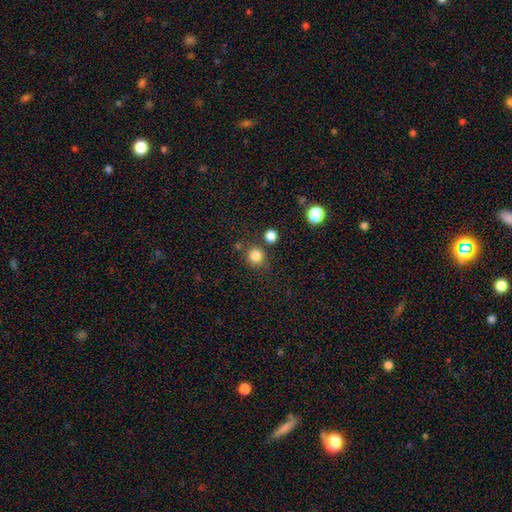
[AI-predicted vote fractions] Morphology: type=smooth (83%); roundness=round (92%); merging=none (79%).